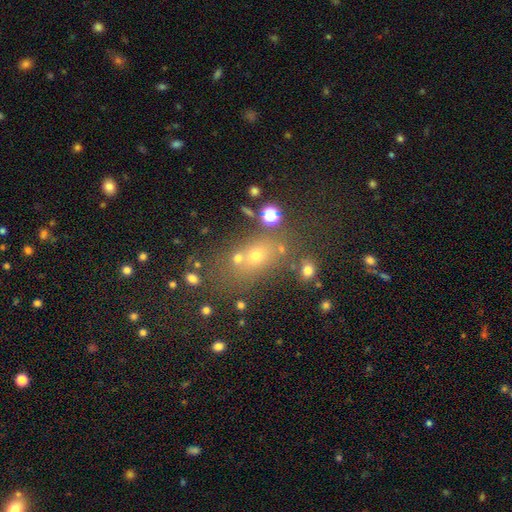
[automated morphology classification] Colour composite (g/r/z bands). It shows a smooth galaxy with no disk features (55%) that is in between round and cigar-shaped (54%). Merging: none (56%).